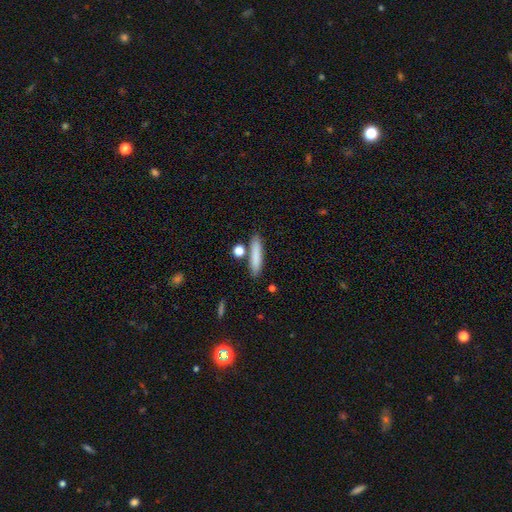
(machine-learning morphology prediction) type=smooth (83%); roundness=cigar-shaped (79%); merging=none (82%).